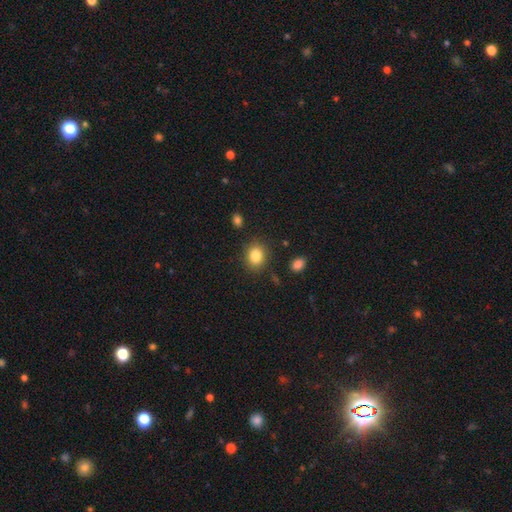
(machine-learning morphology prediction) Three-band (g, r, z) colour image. It shows a smooth galaxy with no disk features (84%) that is round (55%). Merging: none (85%).